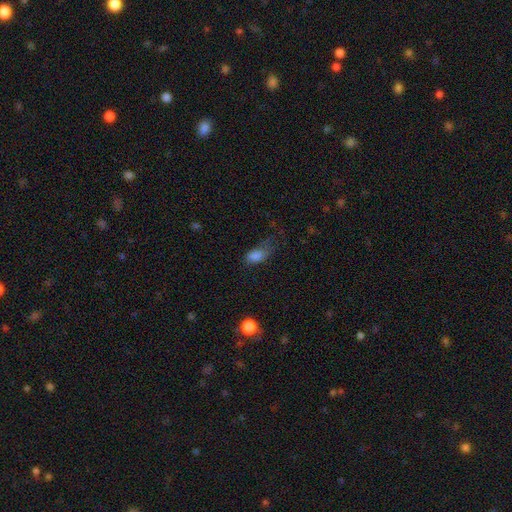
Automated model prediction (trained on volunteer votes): Overall: smooth (82%). How rounded: in between (87%). Merging: major disturbance (34%; minor disturbance 32%).